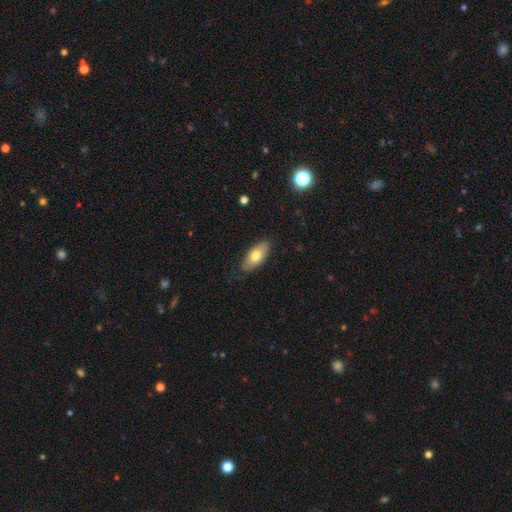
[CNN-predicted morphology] Overall: smooth (72%). How rounded: in between (86%). Merging: none (82%).